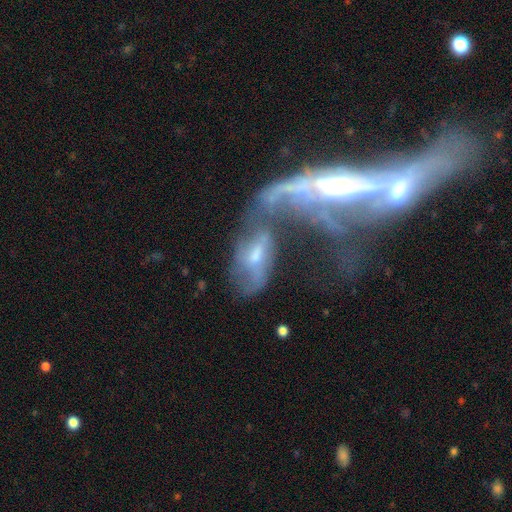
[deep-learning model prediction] Overall: featured or disk (60%; smooth 29%). Edge-on disk: no (88%). Bar: no (55%; weak 33%). Spiral arms: yes (54%; no 46%). Bulge size: moderate (47%; small 33%). Merging: merger (61%).